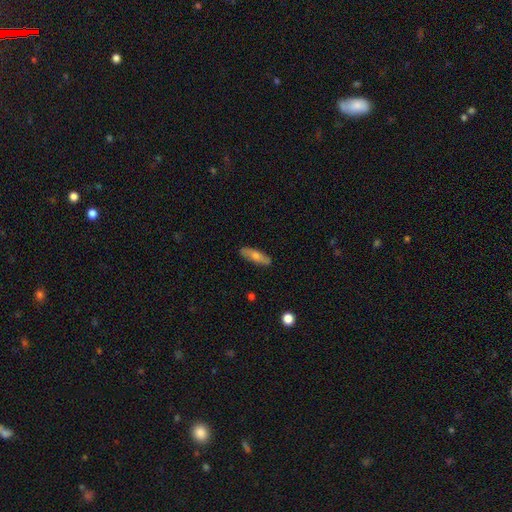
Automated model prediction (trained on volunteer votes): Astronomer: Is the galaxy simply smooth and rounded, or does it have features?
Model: smooth — 59% (runner-up: featured or disk, 35%).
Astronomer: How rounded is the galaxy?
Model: cigar-shaped — 57% (runner-up: in between, 40%).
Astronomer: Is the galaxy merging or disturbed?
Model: none — 87%.